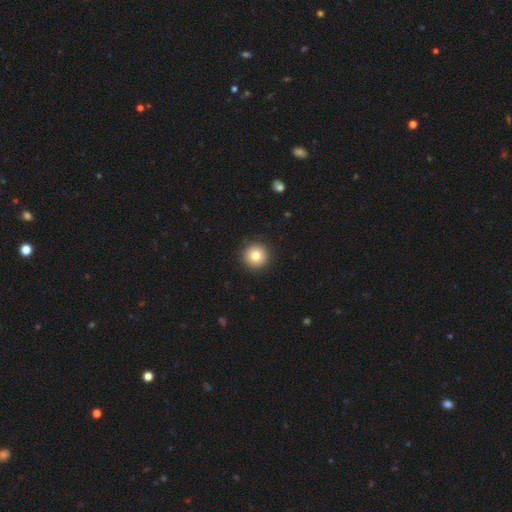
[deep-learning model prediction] smooth_or_featured: smooth (p=0.81) [alt: star or artifact p=0.10]
how_rounded: round (p=0.96) [alt: in between p=0.03]
merging: none (p=0.92) [alt: minor disturbance p=0.05]